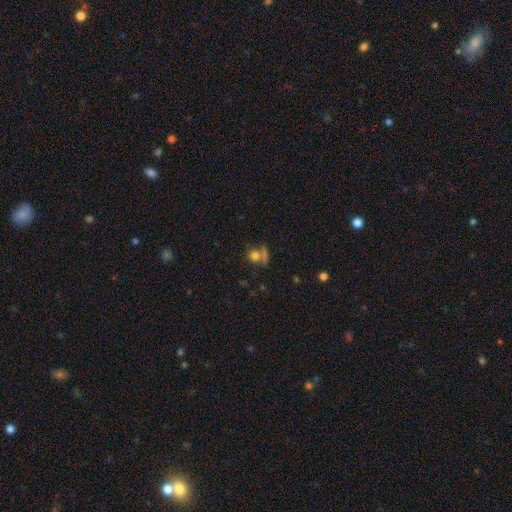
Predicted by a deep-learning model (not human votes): A smooth galaxy with no disk features (71%) that is round (79%). Merging: none (55%).